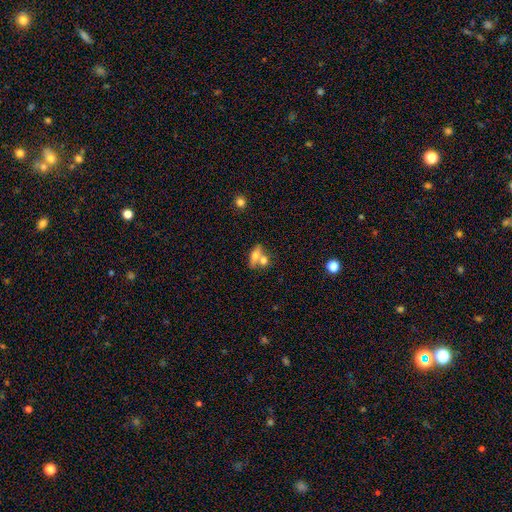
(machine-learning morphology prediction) Q: Smooth or featured?
A: smooth (62%); runner-up: featured or disk (30%)
Q: How rounded?
A: in between (69%); runner-up: cigar-shaped (17%)
Q: Merging?
A: merger (52%); runner-up: none (35%)